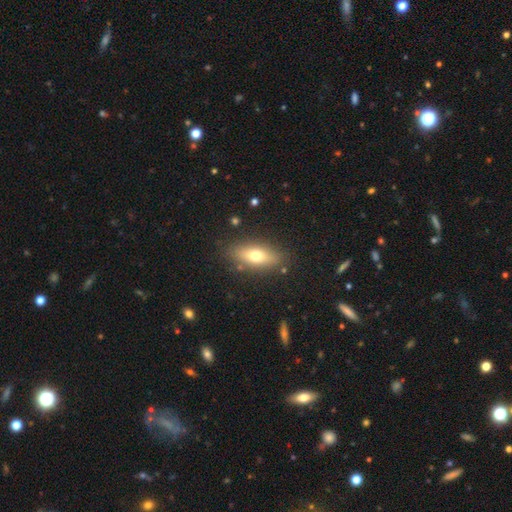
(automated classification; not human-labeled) smooth 65%, featured or disk 27%, star or artifact 8%. Down the decision tree: how rounded — in between (72%); merging — none (84%).